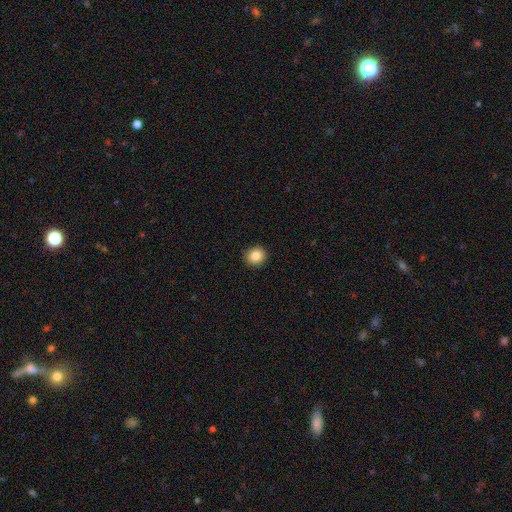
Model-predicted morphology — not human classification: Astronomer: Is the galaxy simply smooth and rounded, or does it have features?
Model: smooth — 84%.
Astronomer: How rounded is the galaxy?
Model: round — 89%.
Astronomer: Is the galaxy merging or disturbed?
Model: none — 93%.